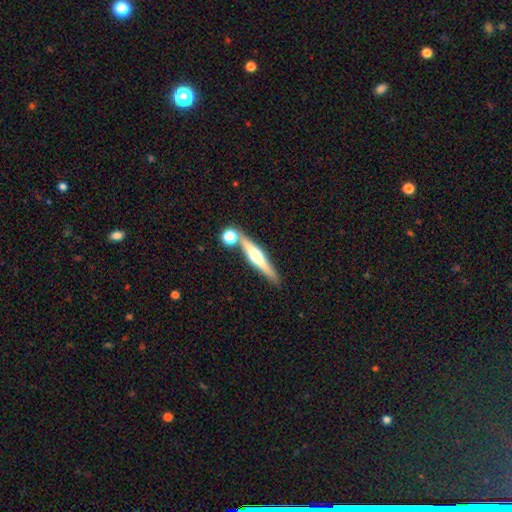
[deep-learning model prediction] Q: Smooth or featured?
A: featured or disk (62%); runner-up: smooth (31%)
Q: Edge-on disk?
A: yes (95%); runner-up: no (5%)
Q: Edge-on bulge?
A: rounded (91%); runner-up: boxy (5%)
Q: Merging?
A: none (73%); runner-up: merger (15%)